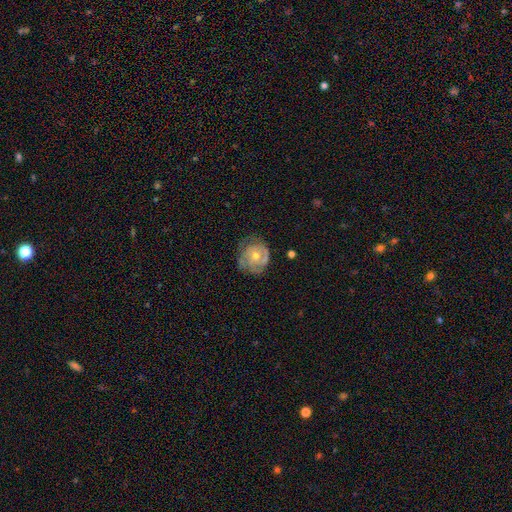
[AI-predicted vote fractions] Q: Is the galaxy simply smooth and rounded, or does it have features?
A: featured or disk — 70%.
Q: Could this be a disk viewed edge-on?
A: no — 97%.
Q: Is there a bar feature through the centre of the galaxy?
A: no — 81%.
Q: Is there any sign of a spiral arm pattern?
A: yes — 79%.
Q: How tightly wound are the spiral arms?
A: tight — 67%.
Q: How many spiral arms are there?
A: can't tell — 41%.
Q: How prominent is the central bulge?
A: moderate — 56%.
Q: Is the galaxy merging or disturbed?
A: none — 67%.